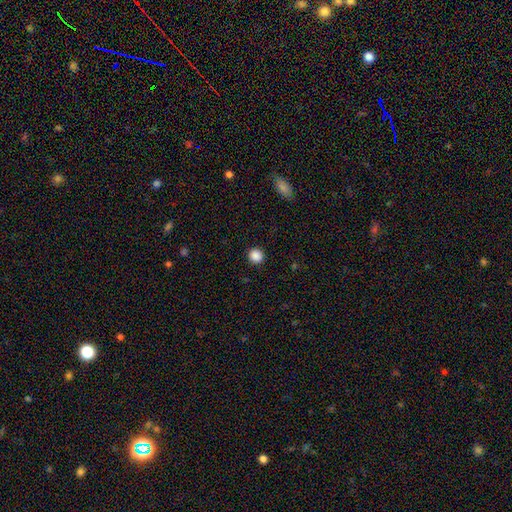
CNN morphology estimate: Smooth or featured?
  - smooth: 87% *
  - star or artifact: 10%
  - featured or disk: 3%
How rounded?
  - round: 92% *
  - in between: 8%
  - cigar-shaped: 1%
Merging?
  - none: 92% *
  - minor disturbance: 5%
  - major disturbance: 2%
  - merger: 1%